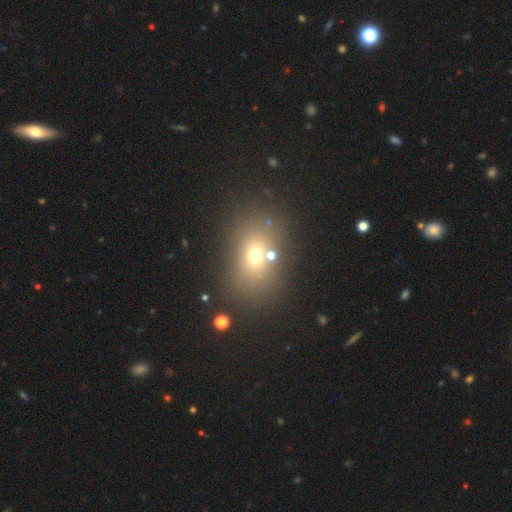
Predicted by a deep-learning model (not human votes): smooth_or_featured: smooth (p=0.64) [alt: star or artifact p=0.20]
how_rounded: in between (p=0.61) [alt: round p=0.37]
merging: none (p=0.71) [alt: merger p=0.13]